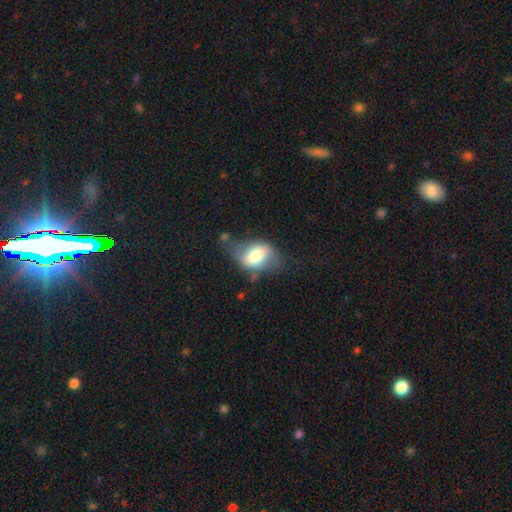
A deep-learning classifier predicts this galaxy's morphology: type=smooth (57%); roundness=in between (81%); merging=none (45%).